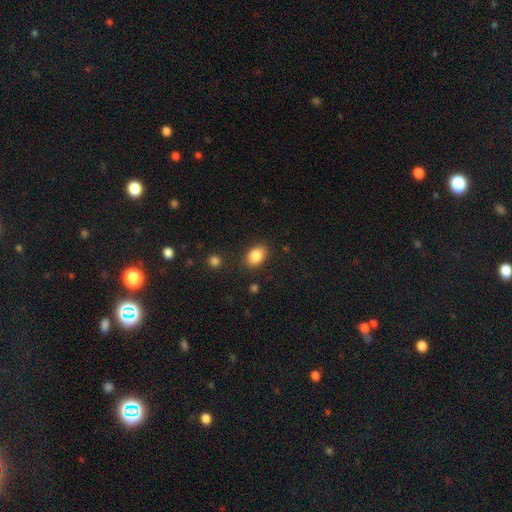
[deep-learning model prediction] A smooth galaxy with no disk features (86%) that is in between round and cigar-shaped (82%). Merging: none (85%).